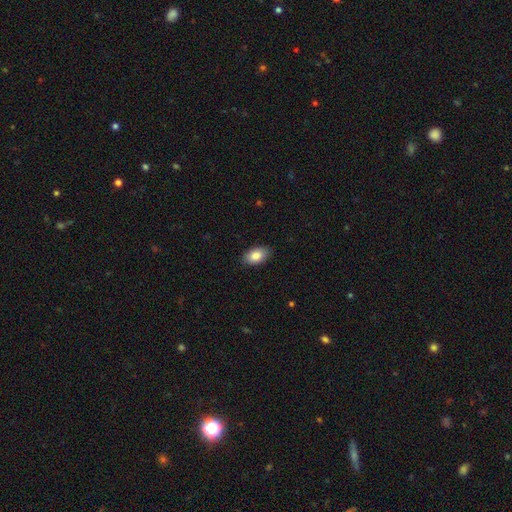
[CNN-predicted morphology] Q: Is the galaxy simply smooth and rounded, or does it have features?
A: smooth — 86%.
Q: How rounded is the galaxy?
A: in between — 93%.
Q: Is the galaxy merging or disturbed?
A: none — 87%.